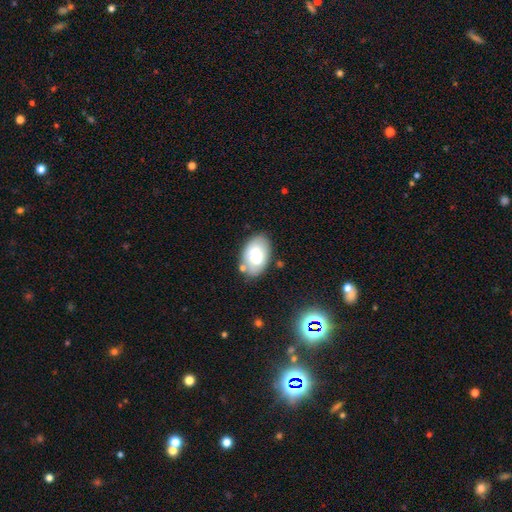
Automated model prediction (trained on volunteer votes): Smooth or featured?
  - smooth: 76% *
  - featured or disk: 17%
  - star or artifact: 7%
How rounded?
  - in between: 93% *
  - round: 6%
  - cigar-shaped: 1%
Merging?
  - none: 72% *
  - minor disturbance: 17%
  - merger: 6%
  - major disturbance: 5%